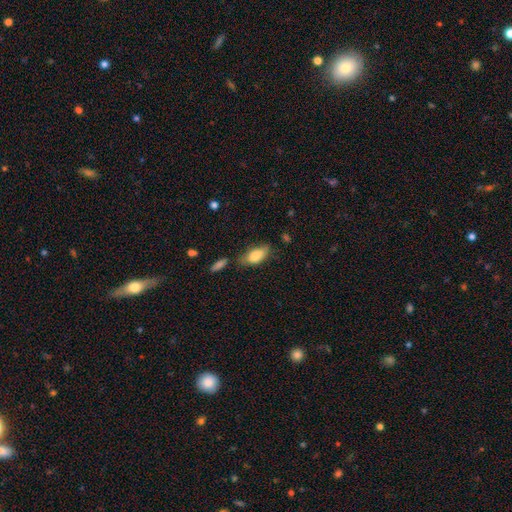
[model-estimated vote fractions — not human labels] Q: Smooth or featured?
A: smooth (82%); runner-up: featured or disk (11%)
Q: How rounded?
A: in between (86%); runner-up: cigar-shaped (11%)
Q: Merging?
A: none (56%); runner-up: minor disturbance (28%)